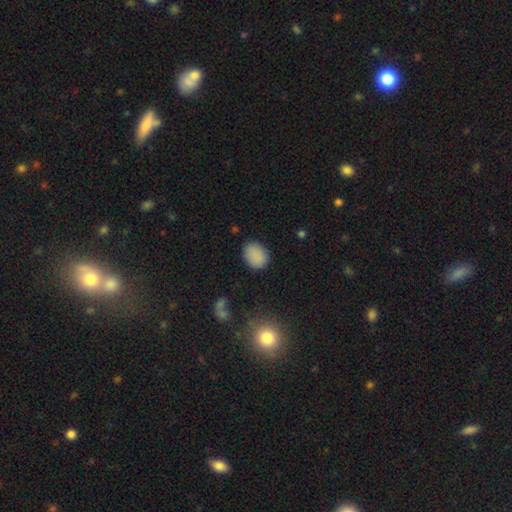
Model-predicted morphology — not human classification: Smooth or featured? Predicted: smooth (p=0.87). How rounded? Predicted: in between (p=0.59). Merging? Predicted: none (p=0.83).